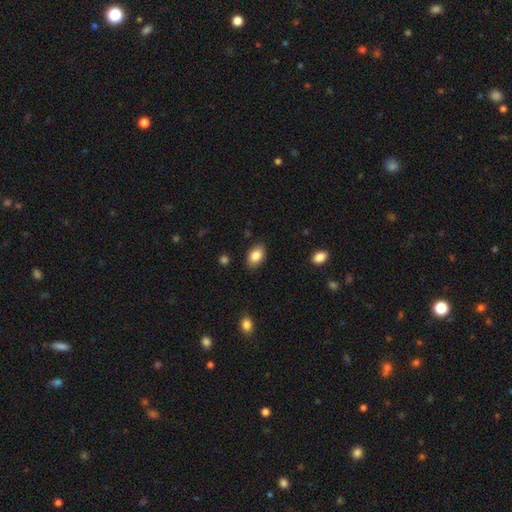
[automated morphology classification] type=smooth (85%); roundness=in between (89%); merging=none (86%).